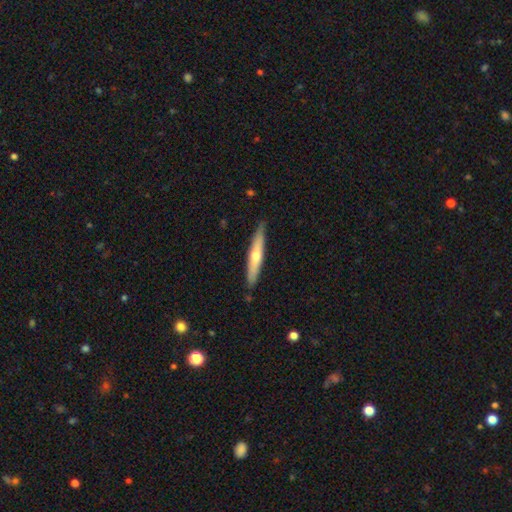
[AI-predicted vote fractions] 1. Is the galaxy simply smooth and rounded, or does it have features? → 50% smooth, 45% featured or disk, 5% star or artifact.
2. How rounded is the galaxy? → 91% cigar-shaped, 8% in between, 1% round.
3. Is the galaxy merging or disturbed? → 85% none, 12% minor disturbance, 2% major disturbance, 1% merger.